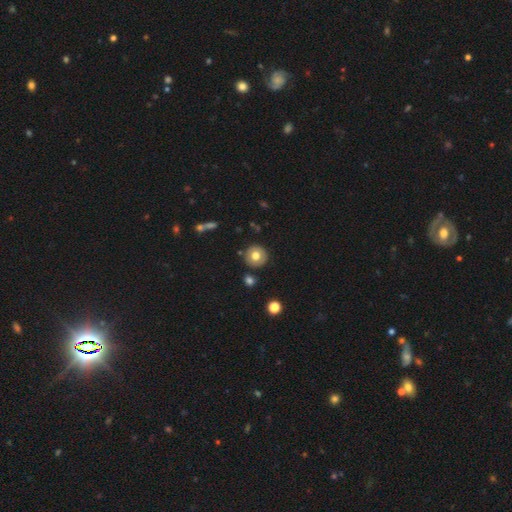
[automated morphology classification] smooth_or_featured: smooth (p=0.72) [alt: featured or disk p=0.18]
how_rounded: round (p=0.93) [alt: in between p=0.06]
merging: none (p=0.87) [alt: minor disturbance p=0.08]